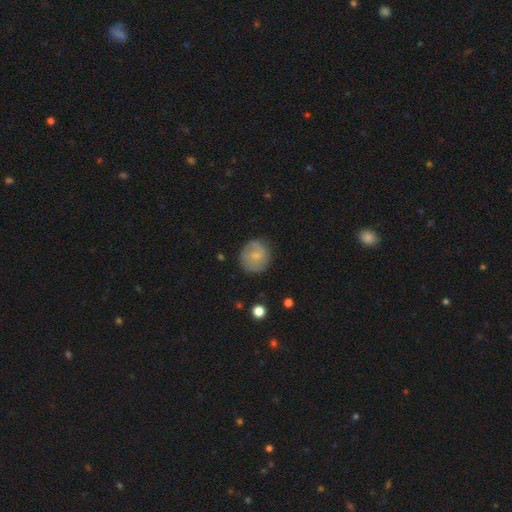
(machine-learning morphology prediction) Smooth or featured? Predicted: smooth (p=0.54). How rounded? Predicted: round (p=0.87). Merging? Predicted: none (p=0.78).